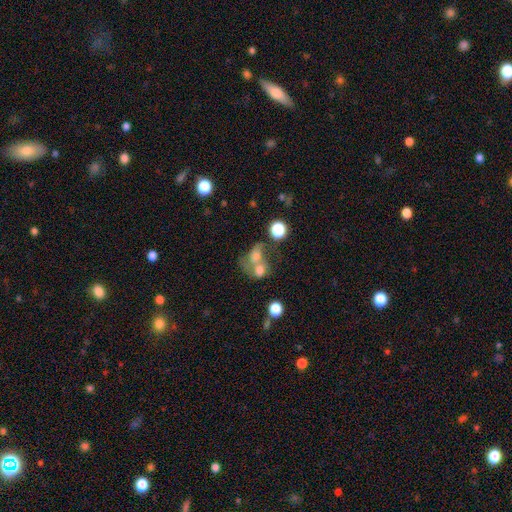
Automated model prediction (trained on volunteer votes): Morphology: type=smooth (56%); roundness=in between (50%); merging=merger (62%).